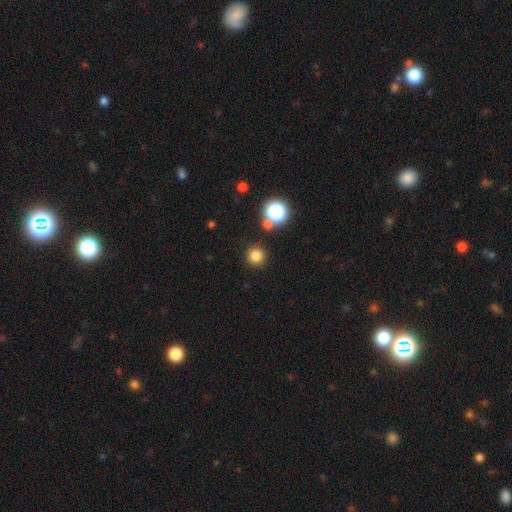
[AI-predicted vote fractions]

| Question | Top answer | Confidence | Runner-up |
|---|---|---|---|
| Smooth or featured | smooth | 79% | star or artifact (16%) |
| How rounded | round | 95% | in between (4%) |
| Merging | none | 87% | minor disturbance (6%) |